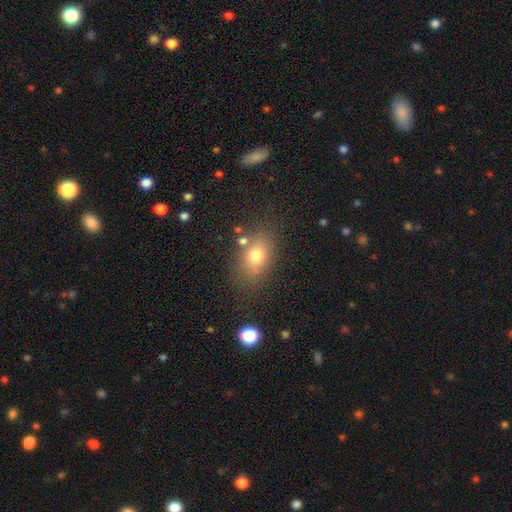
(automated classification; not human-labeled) smooth-or-featured: smooth: 73% | featured or disk: 14% | star or artifact: 12%
  how-rounded: in between: 74% | round: 24% | cigar-shaped: 2%
  merging: none: 74% | minor disturbance: 14% | merger: 7% | major disturbance: 5%